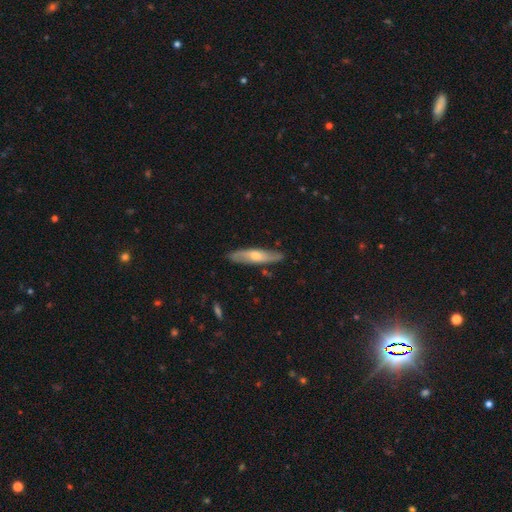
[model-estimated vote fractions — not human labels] Smooth or featured: featured or disk — 54% (smooth — 40%)
Edge-on disk: yes — 60% (no — 40%)
Merging: none — 85% (minor disturbance — 12%)